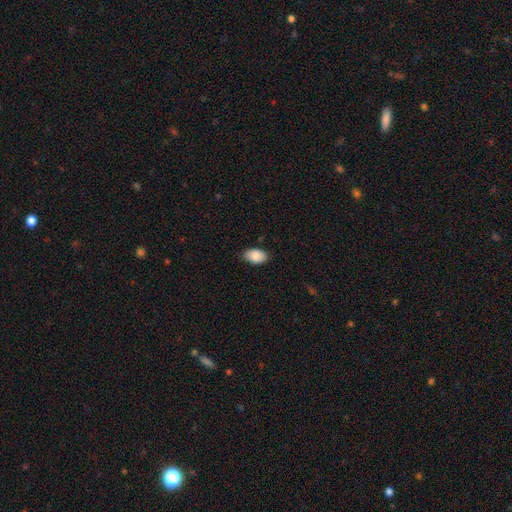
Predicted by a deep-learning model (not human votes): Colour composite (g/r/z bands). It shows a smooth galaxy with no disk features (88%) that is in between round and cigar-shaped (92%). Merging: none (83%).